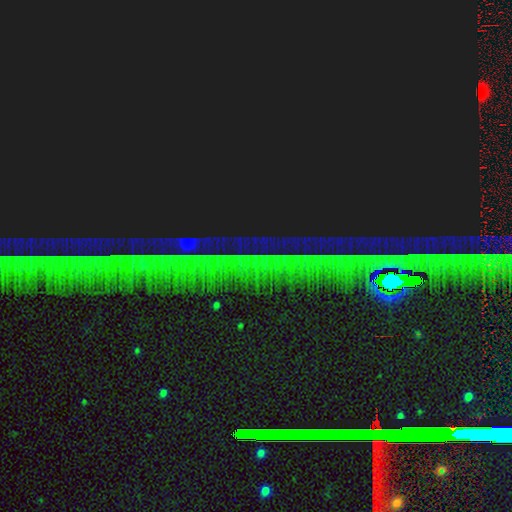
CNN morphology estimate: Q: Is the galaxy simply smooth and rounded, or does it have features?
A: star or artifact — 87%.